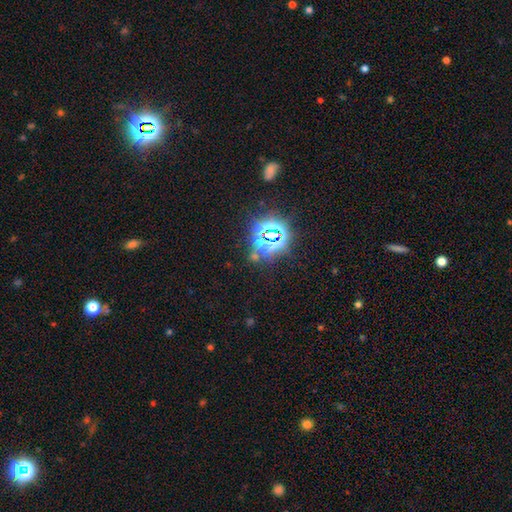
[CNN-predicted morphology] smooth-or-featured: star or artifact: 78% | smooth: 14% | featured or disk: 8%